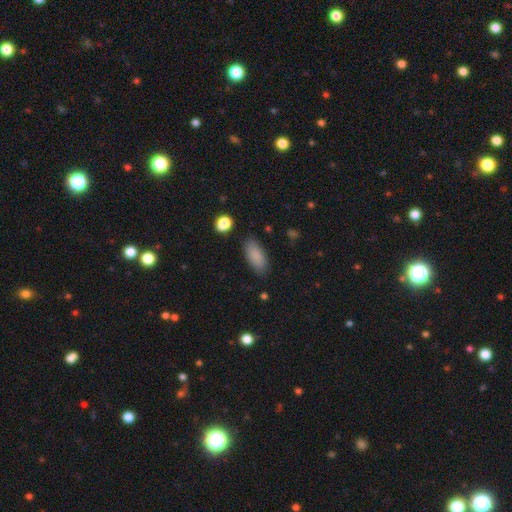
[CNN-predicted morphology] A smooth galaxy with no disk features (87%) that is in between round and cigar-shaped (87%). Merging: none (84%).